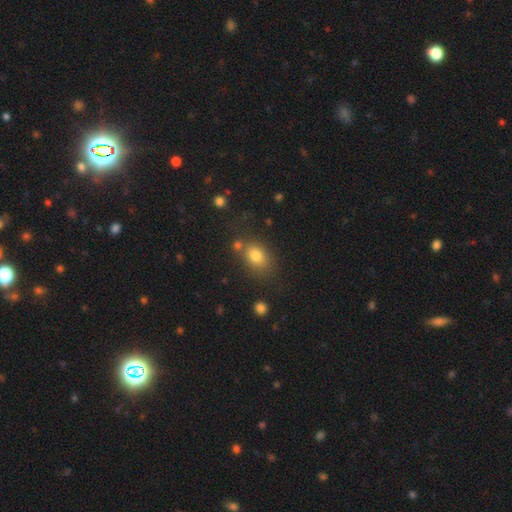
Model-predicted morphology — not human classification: This appears to be a smooth galaxy with no disk features (79%) that is in between round and cigar-shaped (69%). Merging: none (68%).